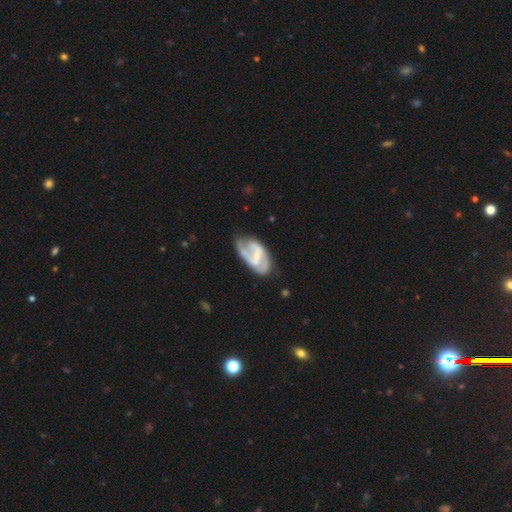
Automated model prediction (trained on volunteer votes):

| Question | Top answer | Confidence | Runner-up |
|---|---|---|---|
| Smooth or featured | featured or disk | 73% | smooth (22%) |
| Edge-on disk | no | 97% | yes (3%) |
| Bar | weak | 44% | no (33%) |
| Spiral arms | yes | 80% | no (20%) |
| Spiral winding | medium | 44% | tight (29%) |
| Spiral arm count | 2 | 57% | can't tell (19%) |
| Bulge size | small | 45% | none (31%) |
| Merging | none | 48% | minor disturbance (28%) |